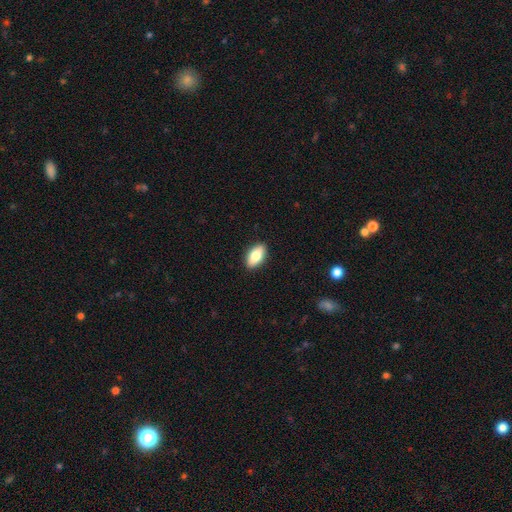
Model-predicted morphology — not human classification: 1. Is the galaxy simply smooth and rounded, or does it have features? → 77% smooth, 17% featured or disk, 7% star or artifact.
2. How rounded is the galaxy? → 89% in between, 6% cigar-shaped, 4% round.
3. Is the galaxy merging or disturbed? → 90% none, 7% minor disturbance, 2% major disturbance, 1% merger.